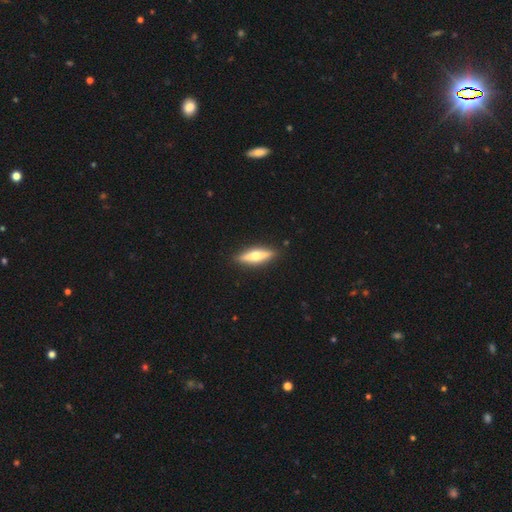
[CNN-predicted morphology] Smooth or featured: featured or disk — 58% (smooth — 37%)
Edge-on disk: yes — 94% (no — 6%)
Edge-on bulge: rounded — 94% (boxy — 3%)
Merging: none — 91% (minor disturbance — 7%)